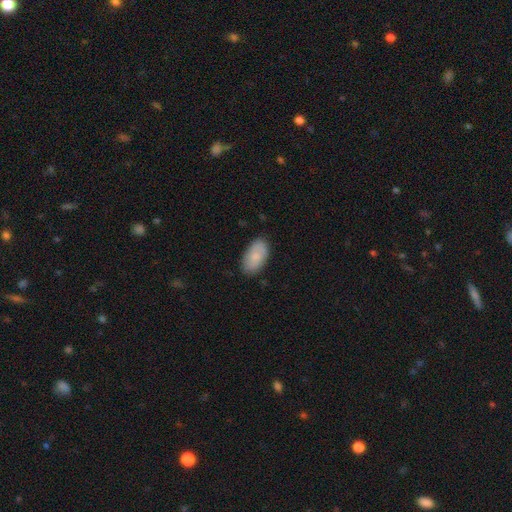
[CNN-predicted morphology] The model was most divided on "smooth or featured": smooth: 79%, featured or disk: 15%, star or artifact: 6%. More confident: how rounded — in between (95%); merging — none (81%).